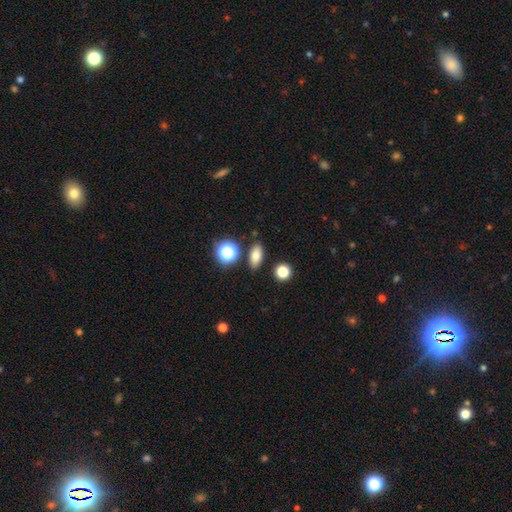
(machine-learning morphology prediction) type=smooth (77%); roundness=in between (77%); merging=none (85%).